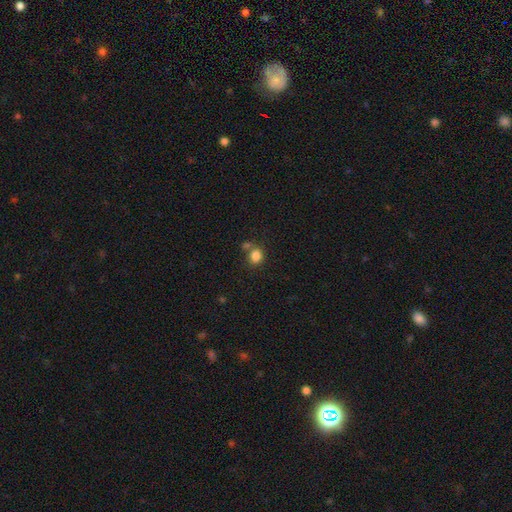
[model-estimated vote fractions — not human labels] The model was most divided on "merging": none: 61%, merger: 23%, minor disturbance: 12%, major disturbance: 4%. More confident: smooth or featured — smooth (83%); how rounded — round (76%).